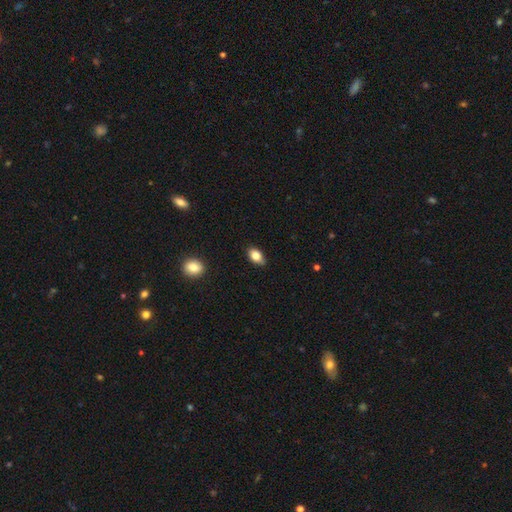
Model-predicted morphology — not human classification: type=smooth (83%); roundness=in between (88%); merging=none (82%).